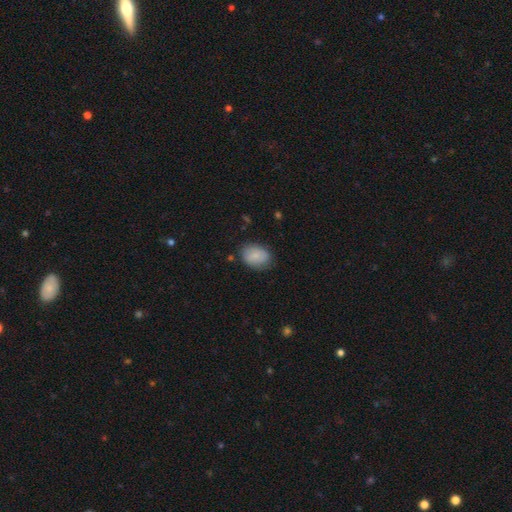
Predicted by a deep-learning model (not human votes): Smooth or featured?
  - smooth: 81% *
  - featured or disk: 11%
  - star or artifact: 7%
How rounded?
  - in between: 72% *
  - round: 27%
  - cigar-shaped: 1%
Merging?
  - none: 79% *
  - minor disturbance: 16%
  - major disturbance: 4%
  - merger: 1%